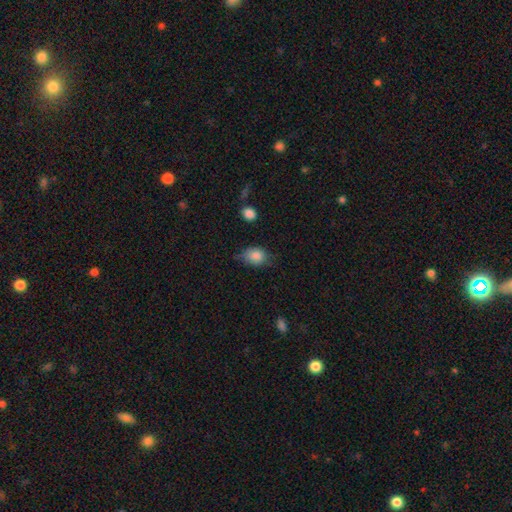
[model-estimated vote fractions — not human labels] This is clearly a smooth galaxy (84%). How rounded: likely in between (61%). Merging: possibly none (56%).